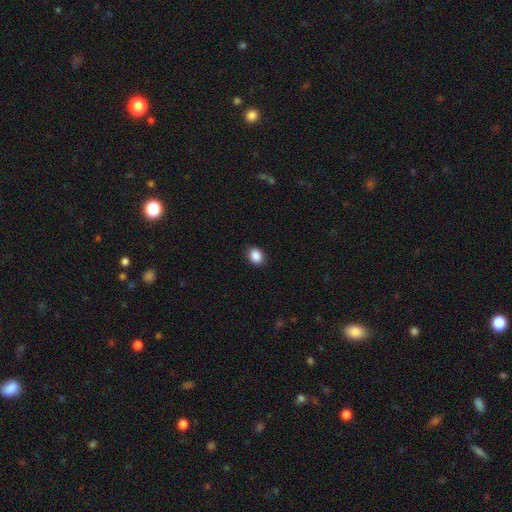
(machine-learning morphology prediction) The model was most divided on "how rounded": in between: 54%, round: 45%, cigar-shaped: 1%. More confident: smooth or featured — smooth (88%); merging — none (86%).